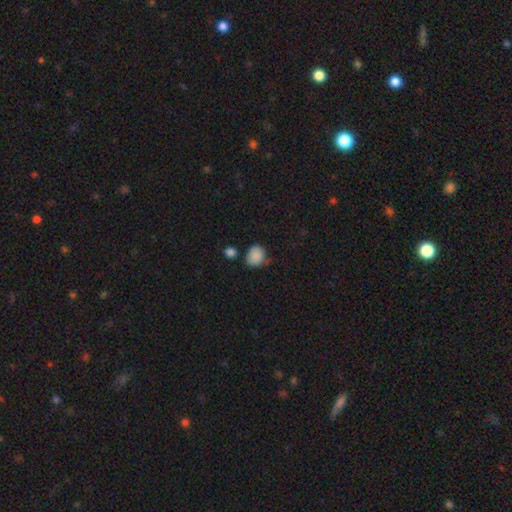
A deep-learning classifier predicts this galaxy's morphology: Smooth or featured?
  - smooth: 87% *
  - star or artifact: 9%
  - featured or disk: 4%
How rounded?
  - round: 66% *
  - in between: 33%
  - cigar-shaped: 1%
Merging?
  - none: 66% *
  - minor disturbance: 21%
  - merger: 8%
  - major disturbance: 5%